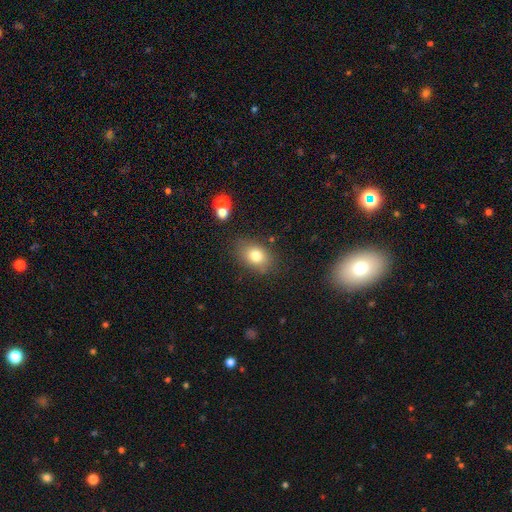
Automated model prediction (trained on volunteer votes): Smooth or featured? smooth (78%)
How rounded? in between (75%)
Merging? none (78%)